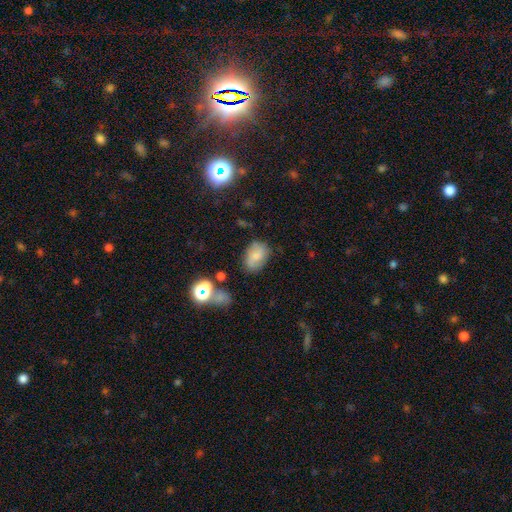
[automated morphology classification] The model was most divided on "merging": none: 69%, minor disturbance: 21%, major disturbance: 6%, merger: 4%. More confident: how rounded — in between (82%); smooth or featured — smooth (71%).